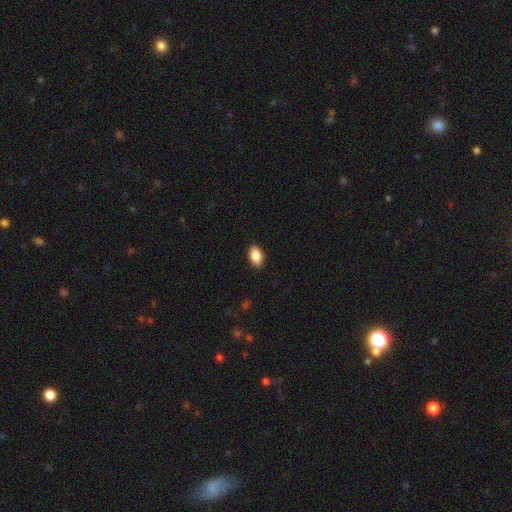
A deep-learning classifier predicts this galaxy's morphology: Smooth or featured?
  - smooth: 88% *
  - star or artifact: 7%
  - featured or disk: 5%
How rounded?
  - in between: 91% *
  - round: 7%
  - cigar-shaped: 2%
Merging?
  - none: 89% *
  - minor disturbance: 8%
  - major disturbance: 2%
  - merger: 1%